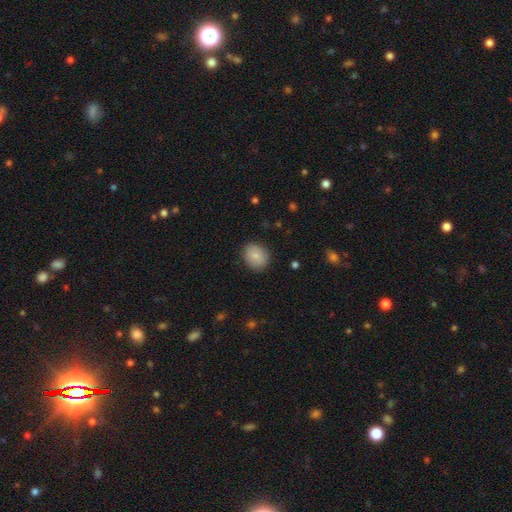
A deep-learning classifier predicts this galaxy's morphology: type=smooth (79%); roundness=round (66%); merging=none (85%).